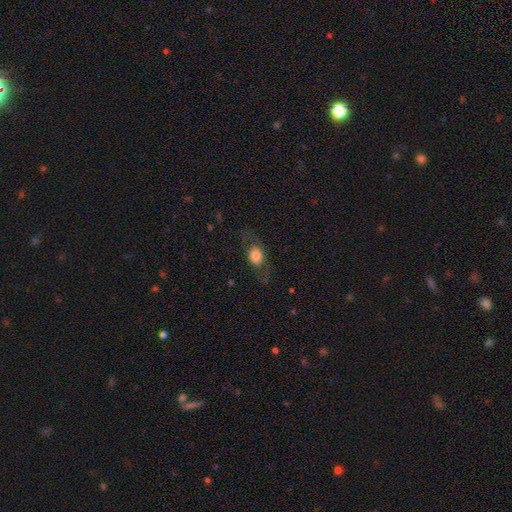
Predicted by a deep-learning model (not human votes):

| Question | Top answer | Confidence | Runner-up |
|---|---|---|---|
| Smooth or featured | smooth | 60% | featured or disk (32%) |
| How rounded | in between | 57% | round (39%) |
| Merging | none | 71% | minor disturbance (15%) |